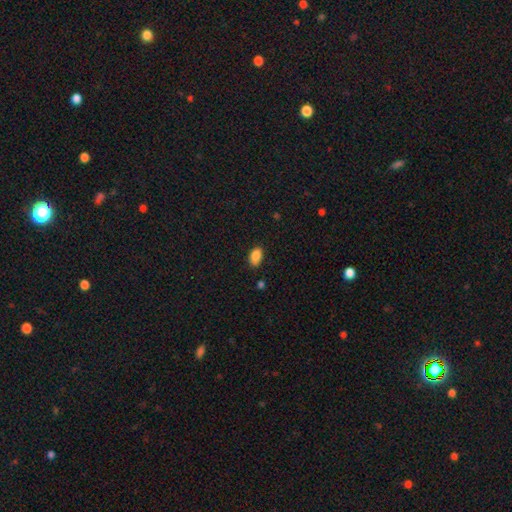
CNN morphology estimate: Smooth or featured? Predicted: smooth (p=0.88). How rounded? Predicted: in between (p=0.90). Merging? Predicted: none (p=0.78).